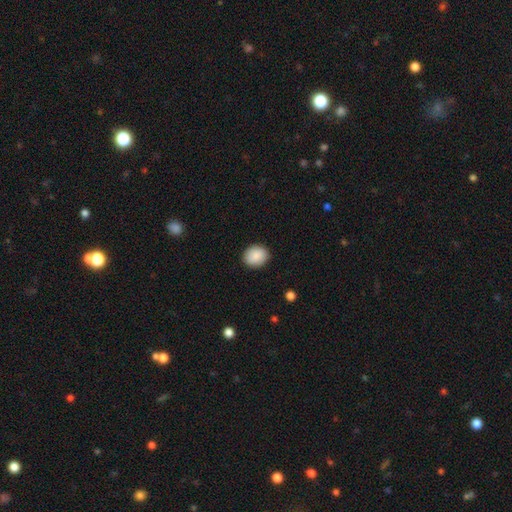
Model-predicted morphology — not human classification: smooth-or-featured: smooth: 89% | star or artifact: 7% | featured or disk: 4%
  how-rounded: round: 63% | in between: 36% | cigar-shaped: 1%
  merging: none: 90% | minor disturbance: 7% | major disturbance: 2% | merger: 1%